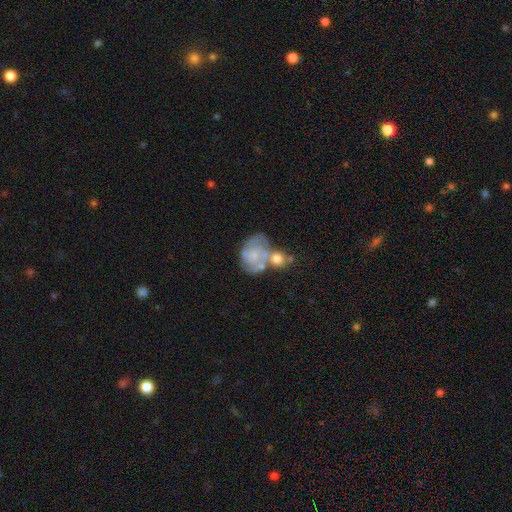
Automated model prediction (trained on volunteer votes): This is likely a featured or disk galaxy (64%). It is clearly not viewed edge-on (98%). Bar: likely no (78%). Spiral arm pattern: likely yes (72%). Central bulge: possibly small (58%). Merging: marginally merger (42%).